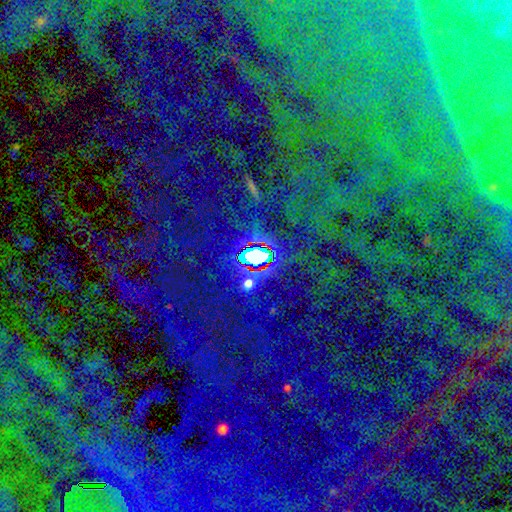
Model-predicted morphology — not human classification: The model was most divided on "smooth or featured": star or artifact: 81%, smooth: 11%, featured or disk: 8%.